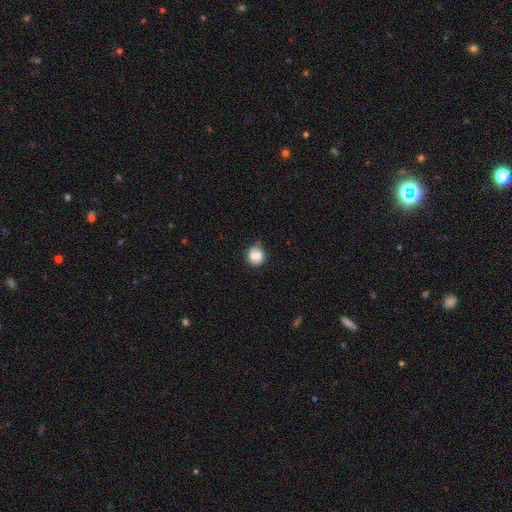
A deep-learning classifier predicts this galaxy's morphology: This appears to be a smooth galaxy with no disk features (74%) that is round (74%). Merging: none (59%).